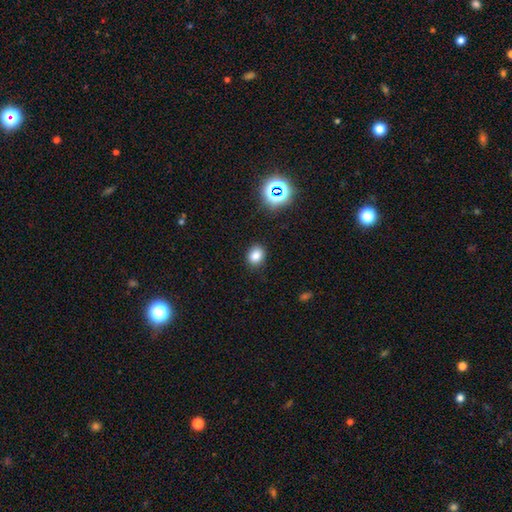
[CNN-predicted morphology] type=smooth (80%); roundness=round (51%); merging=none (87%).